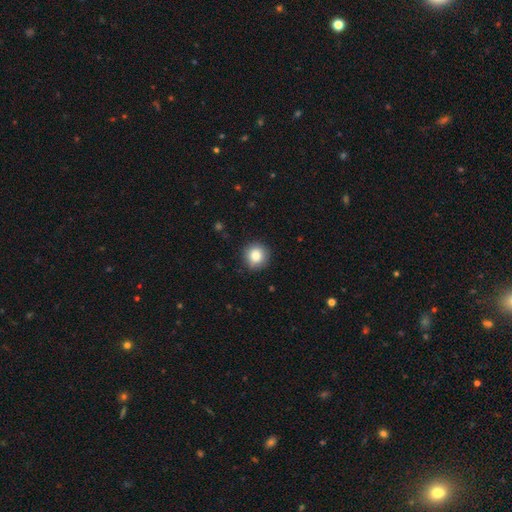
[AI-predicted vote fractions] The model was most divided on "smooth or featured": smooth: 83%, star or artifact: 9%, featured or disk: 7%. More confident: how rounded — round (92%); merging — none (88%).